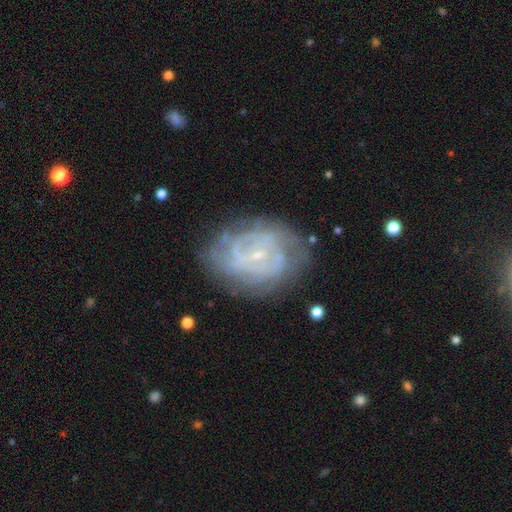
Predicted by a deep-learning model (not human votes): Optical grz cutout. It shows a featured or disk galaxy (78%) with no bar (57%), tight (66%) spiral arms (84%) and a small central bulge (83%). Merging: none (71%).